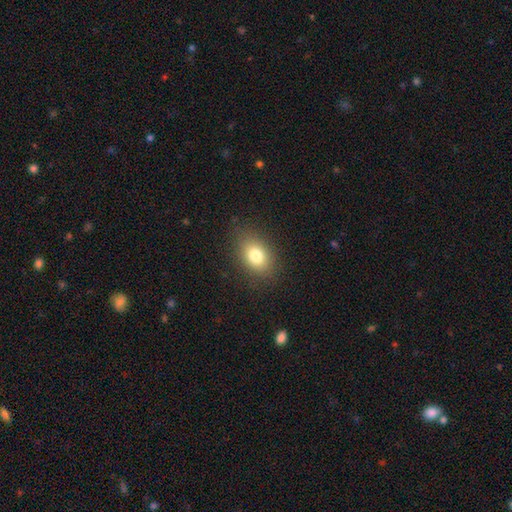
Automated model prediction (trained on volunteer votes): This is likely a smooth galaxy (79%). How rounded: likely in between (73%). Merging: clearly none (85%).